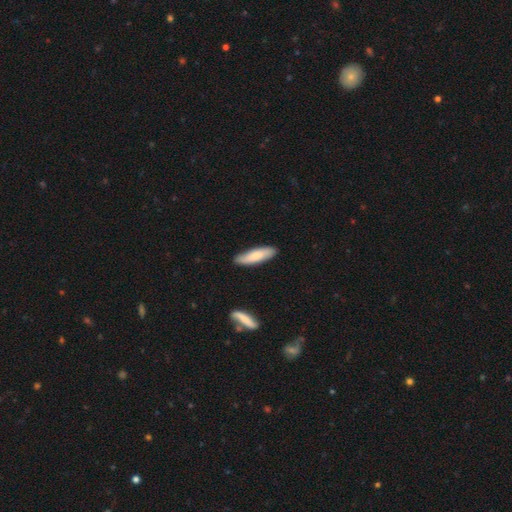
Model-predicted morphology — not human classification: Smooth or featured: smooth — 77% (featured or disk — 18%)
How rounded: cigar-shaped — 59% (in between — 39%)
Merging: none — 86% (minor disturbance — 11%)